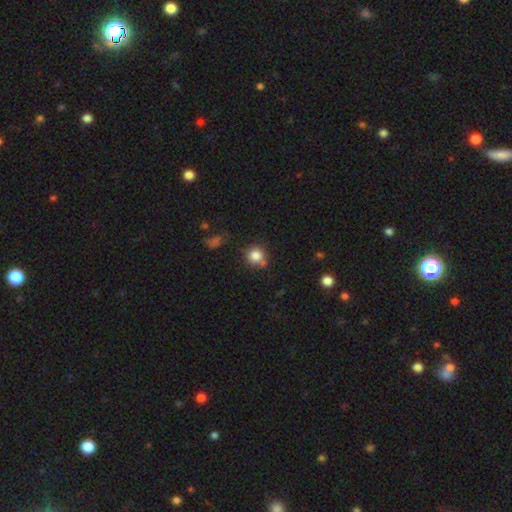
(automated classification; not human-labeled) smooth 83%, star or artifact 11%, featured or disk 6%. Down the decision tree: how rounded — round (92%); merging — none (71%).